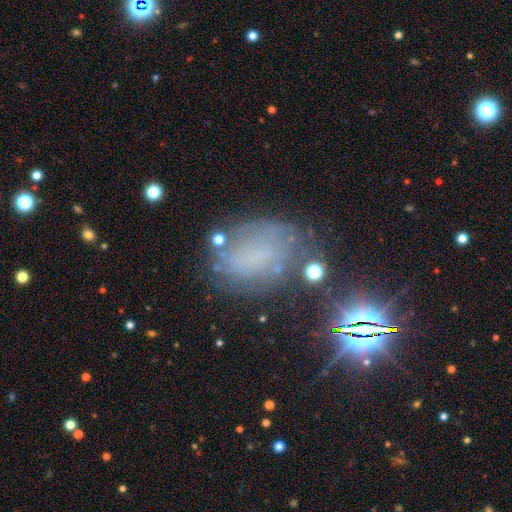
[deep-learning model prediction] Overall: smooth (37%; featured or disk 33%). Merging: none (60%; minor disturbance 22%).